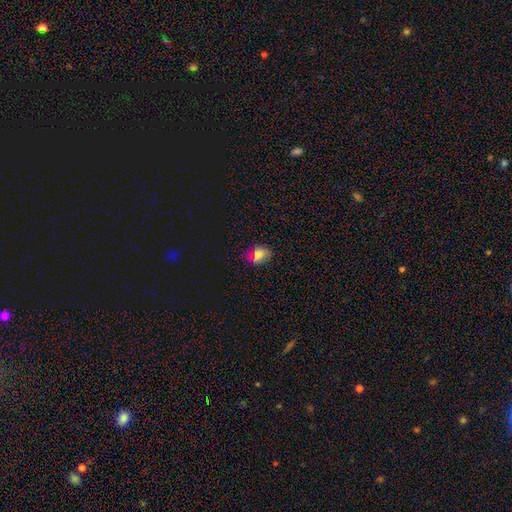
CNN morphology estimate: Smooth or featured: smooth — 79% (star or artifact — 13%)
How rounded: in between — 70% (round — 28%)
Merging: none — 80% (minor disturbance — 15%)